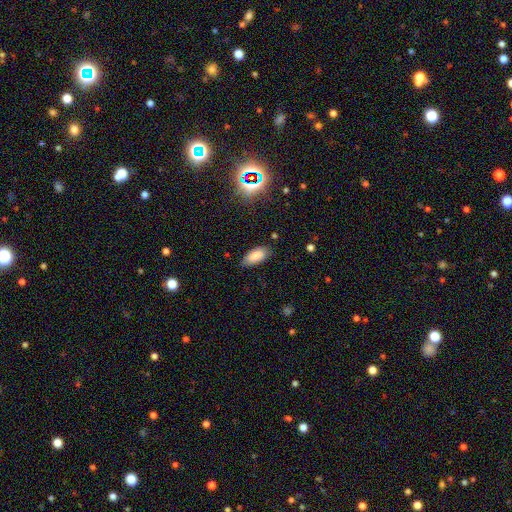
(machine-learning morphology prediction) smooth_or_featured: smooth (p=0.84) [alt: star or artifact p=0.09]
how_rounded: in between (p=0.90) [alt: cigar-shaped p=0.08]
merging: none (p=0.78) [alt: minor disturbance p=0.17]